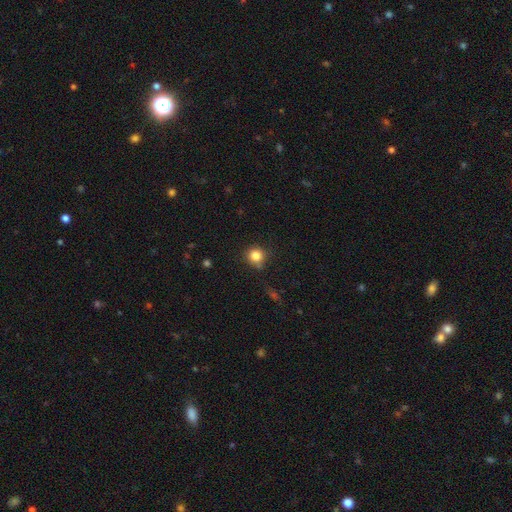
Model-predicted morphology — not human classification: Smooth or featured? Predicted: smooth (p=0.82). How rounded? Predicted: round (p=0.90). Merging? Predicted: none (p=0.74).